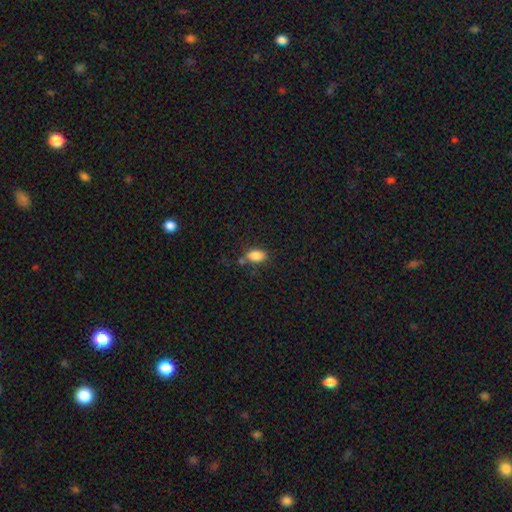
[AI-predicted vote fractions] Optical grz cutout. It shows a smooth galaxy with no disk features (86%) that is in between round and cigar-shaped (89%). Merging: none (65%).